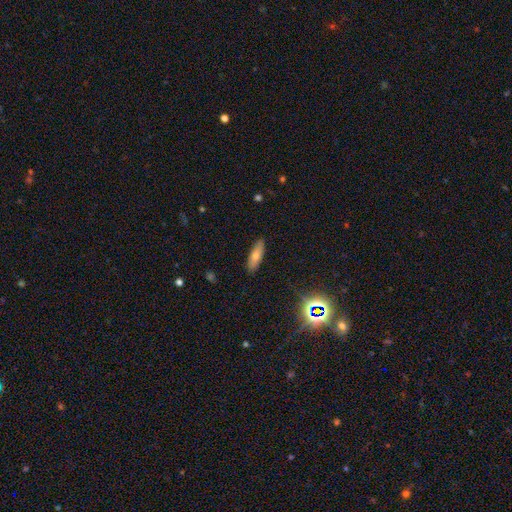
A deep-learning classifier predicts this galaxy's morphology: This appears to be a smooth galaxy with no disk features (69%) that is in between round and cigar-shaped (54%). Merging: none (88%).